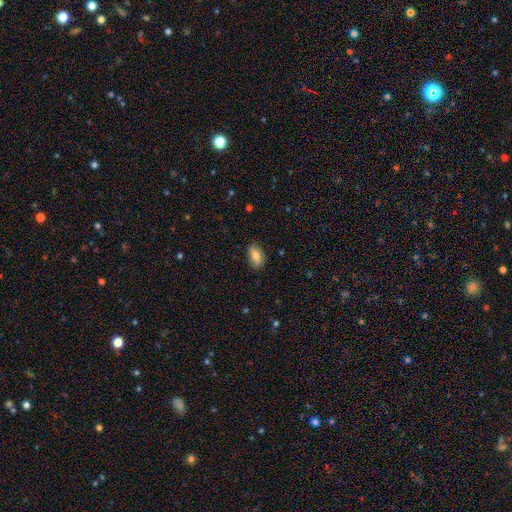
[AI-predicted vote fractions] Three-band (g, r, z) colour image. It shows a smooth galaxy with no disk features (80%) that is in between round and cigar-shaped (91%). Merging: none (82%).